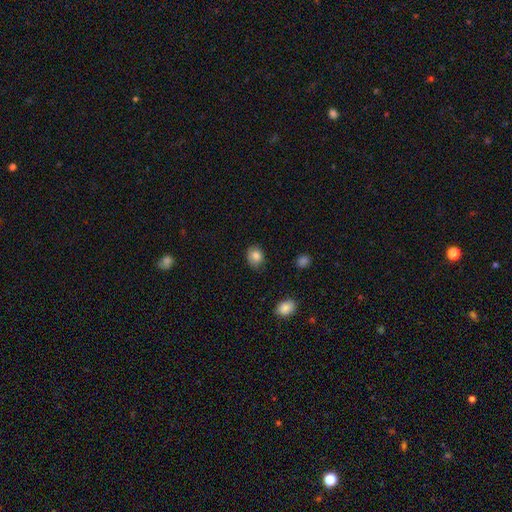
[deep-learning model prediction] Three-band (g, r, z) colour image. It shows a smooth galaxy with no disk features (83%) that is round (51%). Merging: none (75%).